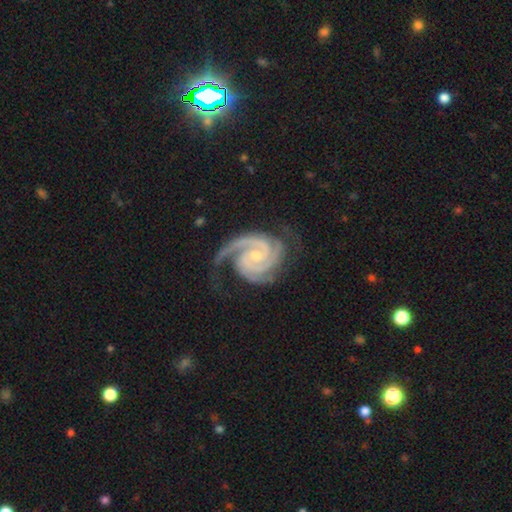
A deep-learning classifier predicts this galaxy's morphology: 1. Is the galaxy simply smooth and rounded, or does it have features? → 95% featured or disk, 3% star or artifact, 2% smooth.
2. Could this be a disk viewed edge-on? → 98% no, 2% yes.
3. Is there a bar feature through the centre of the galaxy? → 59% no, 28% weak, 13% strong.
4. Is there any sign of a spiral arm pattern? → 99% yes, 1% no.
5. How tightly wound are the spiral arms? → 69% tight, 28% medium, 3% loose.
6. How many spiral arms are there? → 44% 3, 40% 2, 5% 4, 4% can't tell, 3% 1, 3% more than 4.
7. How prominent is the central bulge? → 59% small, 37% moderate, 2% none, 1% large, 1% dominant.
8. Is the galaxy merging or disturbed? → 72% none, 19% minor disturbance, 8% major disturbance, 2% merger.